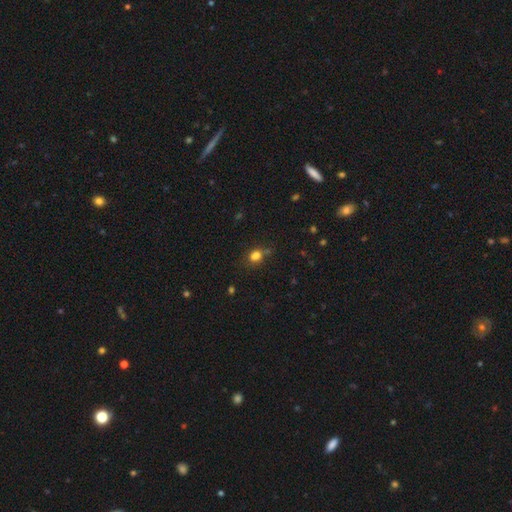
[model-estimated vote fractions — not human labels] This appears to be a smooth galaxy with no disk features (78%) that is in between round and cigar-shaped (54%). Merging: none (59%).